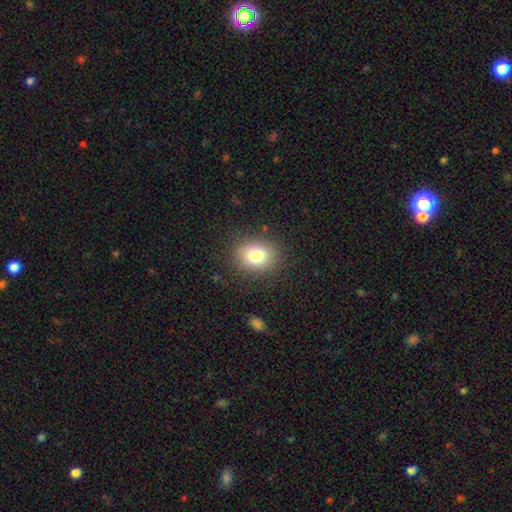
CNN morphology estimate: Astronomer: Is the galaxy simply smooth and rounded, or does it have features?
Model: smooth — 79%.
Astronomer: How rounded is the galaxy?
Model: round — 54% (runner-up: in between, 45%).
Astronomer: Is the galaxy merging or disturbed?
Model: none — 85%.